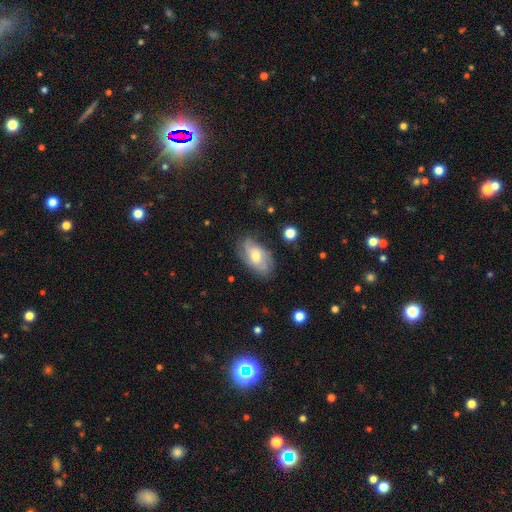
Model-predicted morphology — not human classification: Smooth or featured? featured or disk (58%)
Edge-on disk? no (92%)
Bar? no (71%)
Spiral arms? yes (81%)
Bulge size? moderate (64%)
Merging? none (69%)